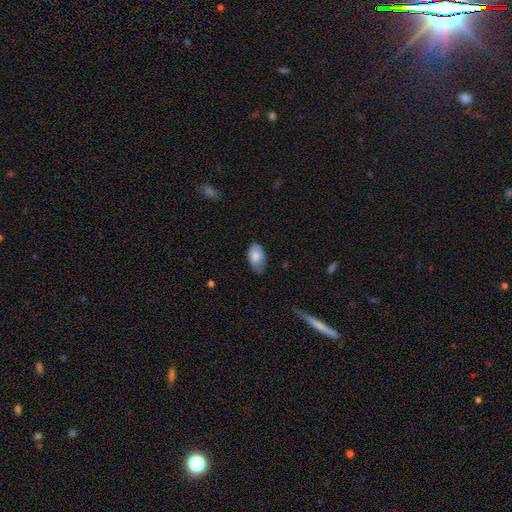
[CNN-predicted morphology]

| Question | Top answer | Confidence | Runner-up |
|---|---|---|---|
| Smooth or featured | smooth | 79% | featured or disk (15%) |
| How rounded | in between | 93% | round (5%) |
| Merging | none | 55% | minor disturbance (36%) |